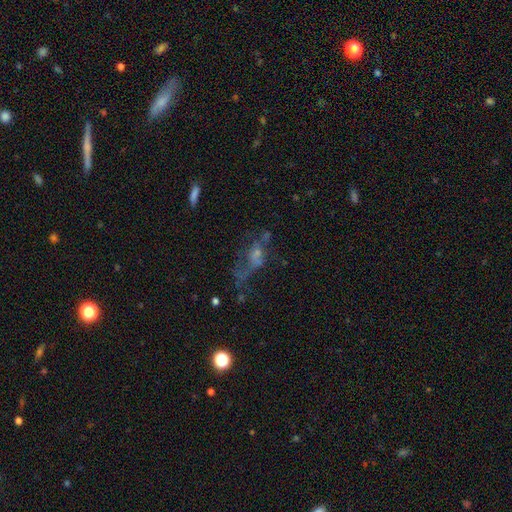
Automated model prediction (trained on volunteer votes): smooth-or-featured: featured or disk: 45% | smooth: 33% | star or artifact: 22%
  merging: major disturbance: 43% | none: 30% | minor disturbance: 16% | merger: 12%